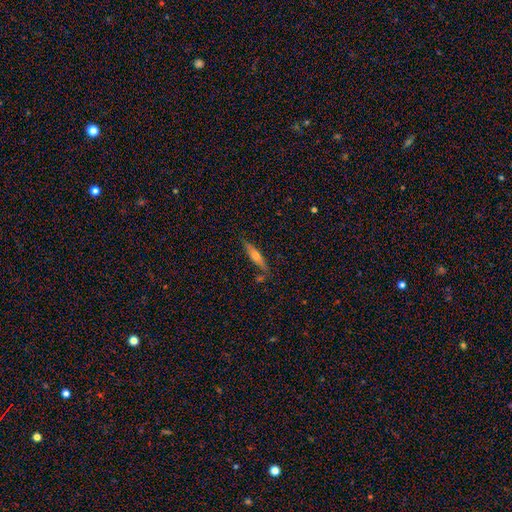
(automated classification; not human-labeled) Smooth or featured? Predicted: featured or disk (p=0.57). Edge-on disk? Predicted: yes (p=0.93). Edge-on bulge? Predicted: rounded (p=0.85). Merging? Predicted: none (p=0.78).